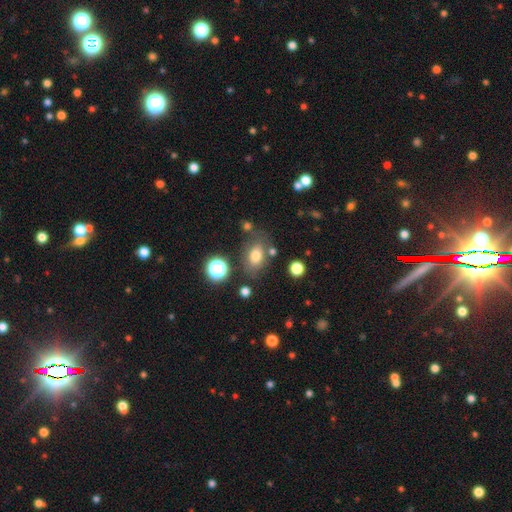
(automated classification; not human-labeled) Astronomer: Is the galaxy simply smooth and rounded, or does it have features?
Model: smooth — 73%.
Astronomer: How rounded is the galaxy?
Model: in between — 77%.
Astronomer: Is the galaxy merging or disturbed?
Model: none — 69%.